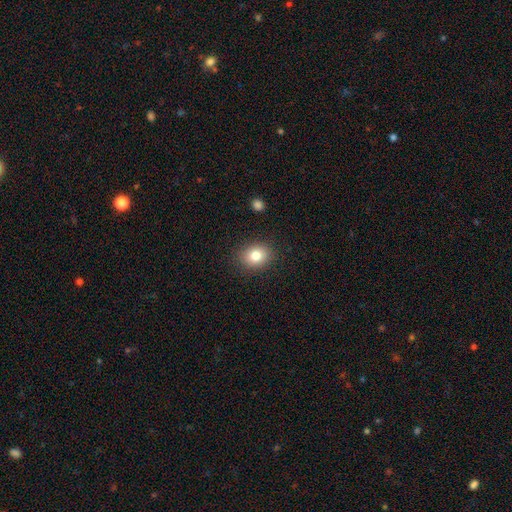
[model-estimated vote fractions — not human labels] Q: Smooth or featured?
A: smooth (81%); runner-up: star or artifact (10%)
Q: How rounded?
A: in between (50%); runner-up: round (49%)
Q: Merging?
A: none (88%); runner-up: minor disturbance (8%)